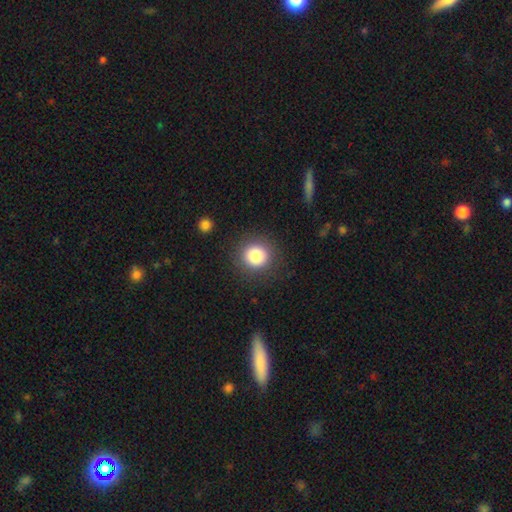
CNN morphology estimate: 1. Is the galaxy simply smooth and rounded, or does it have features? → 83% smooth, 10% star or artifact, 7% featured or disk.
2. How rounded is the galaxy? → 92% round, 7% in between, 1% cigar-shaped.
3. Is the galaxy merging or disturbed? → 88% none, 7% minor disturbance, 3% major disturbance, 1% merger.